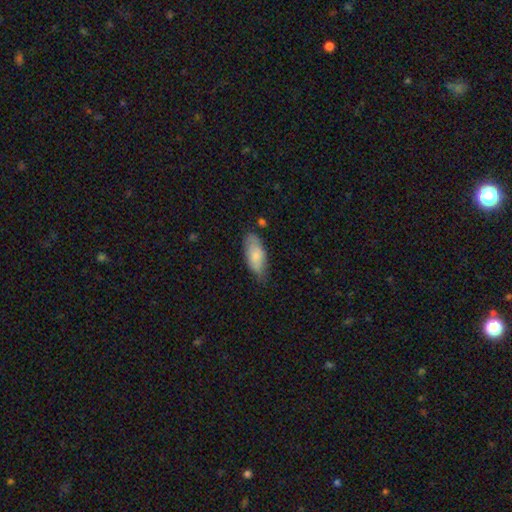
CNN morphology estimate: Smooth or featured?
  - smooth: 78% *
  - featured or disk: 16%
  - star or artifact: 6%
How rounded?
  - in between: 81% *
  - cigar-shaped: 17%
  - round: 2%
Merging?
  - none: 65% *
  - minor disturbance: 28%
  - major disturbance: 5%
  - merger: 2%